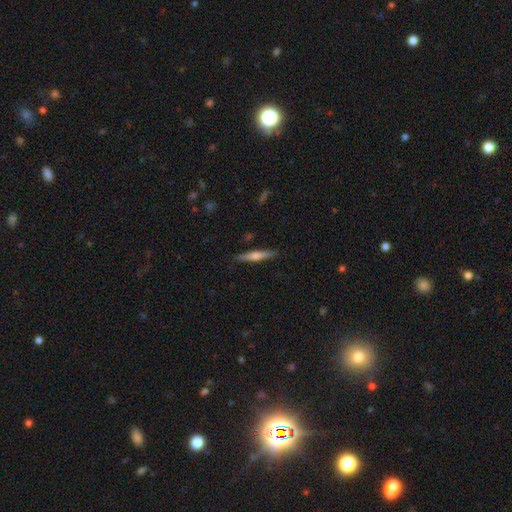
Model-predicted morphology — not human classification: type=featured or disk (49%); merging=none (89%).